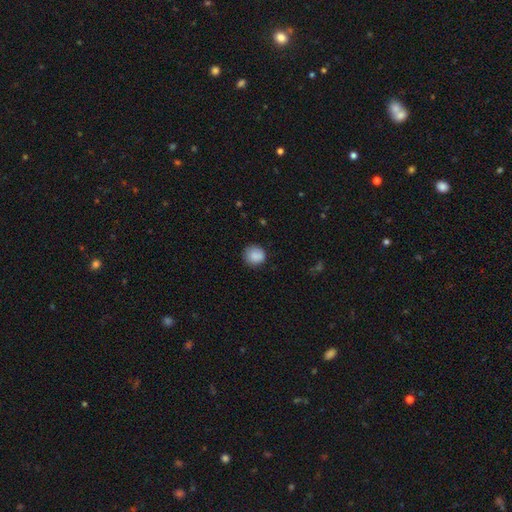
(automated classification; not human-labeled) Smooth or featured? Predicted: smooth (p=0.87). How rounded? Predicted: round (p=0.89). Merging? Predicted: none (p=0.81).